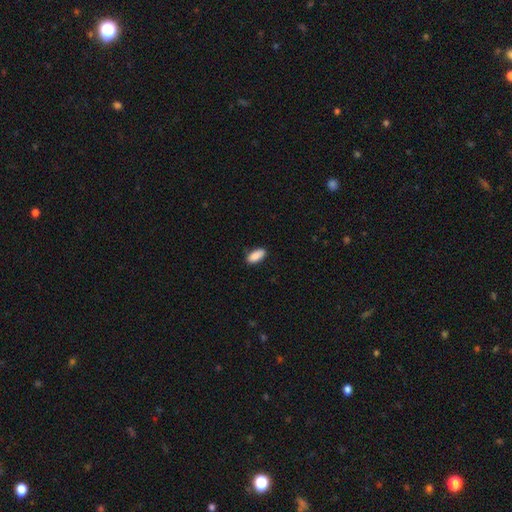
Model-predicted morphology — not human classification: This is clearly a smooth galaxy (89%). How rounded: clearly in between (90%). Merging: clearly none (83%).